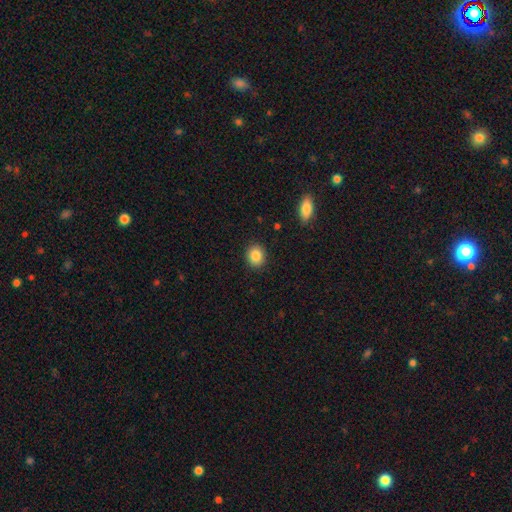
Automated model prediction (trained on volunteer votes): A smooth galaxy with no disk features (86%) that is round (67%). Merging: none (90%).